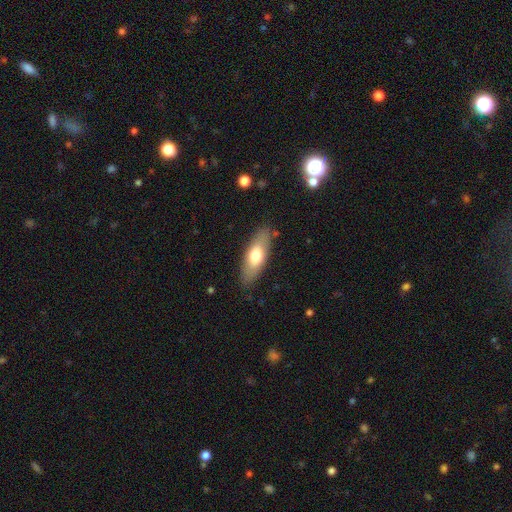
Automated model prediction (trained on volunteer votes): A smooth galaxy with no disk features (67%) that is in between round and cigar-shaped (68%).

Vote fractions:
- Smooth or featured? smooth: 67% / featured or disk: 27% / star or artifact: 6%
- How rounded? in between: 68% / cigar-shaped: 30% / round: 2%
- Merging? none: 84% / minor disturbance: 12% / major disturbance: 3% / merger: 1%